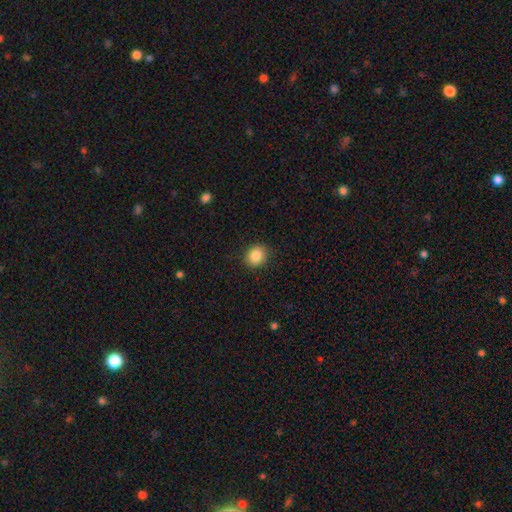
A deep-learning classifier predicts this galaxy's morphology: smooth_or_featured: smooth (p=0.87) [alt: star or artifact p=0.09]
how_rounded: round (p=0.71) [alt: in between p=0.28]
merging: none (p=0.89) [alt: minor disturbance p=0.08]